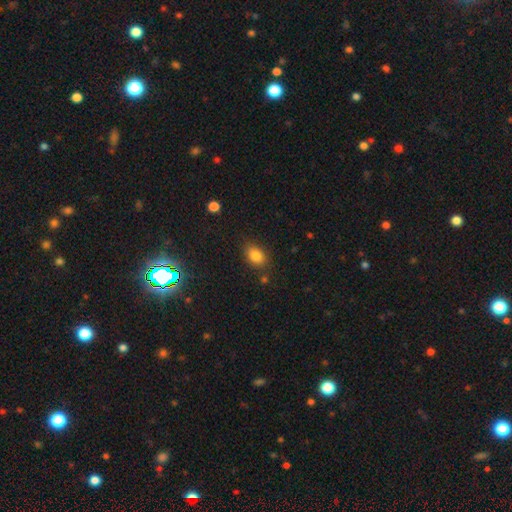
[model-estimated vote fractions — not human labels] Morphology: type=smooth (83%); roundness=in between (77%); merging=none (79%).